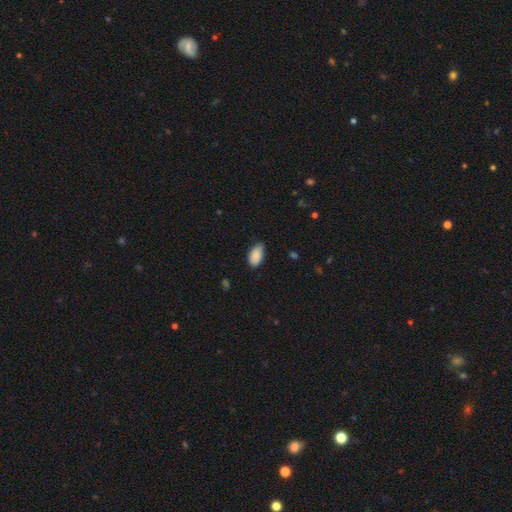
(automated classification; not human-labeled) smooth-or-featured: smooth: 86% | featured or disk: 7% | star or artifact: 7%
  how-rounded: in between: 94% | round: 4% | cigar-shaped: 2%
  merging: none: 62% | minor disturbance: 32% | major disturbance: 4% | merger: 1%